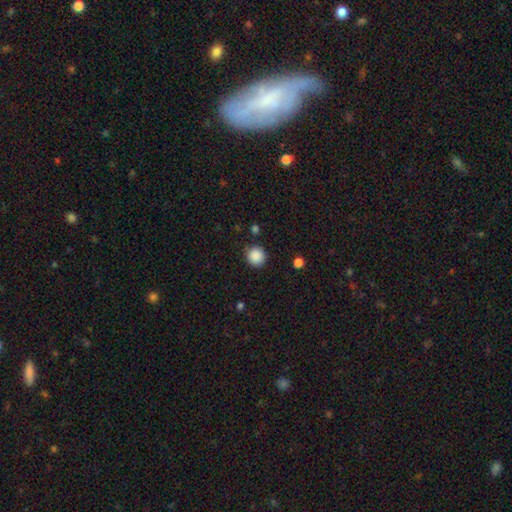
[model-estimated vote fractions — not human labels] A smooth galaxy with no disk features (88%) that is round (94%).

Vote fractions:
- Smooth or featured? smooth: 88% / star or artifact: 9% / featured or disk: 3%
- How rounded? round: 94% / in between: 5% / cigar-shaped: 1%
- Merging? none: 88% / minor disturbance: 8% / major disturbance: 2% / merger: 2%